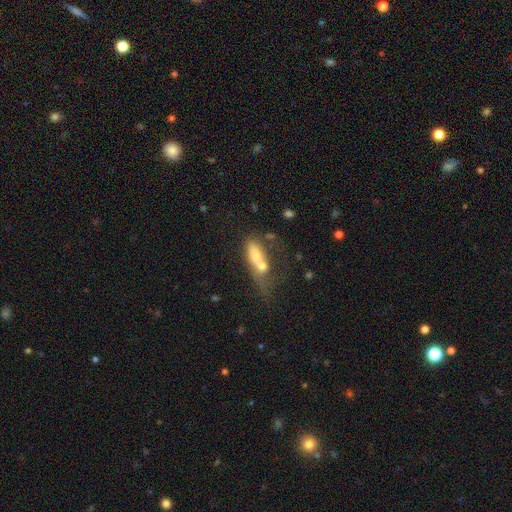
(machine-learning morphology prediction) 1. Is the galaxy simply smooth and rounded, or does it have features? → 59% smooth, 30% featured or disk, 11% star or artifact.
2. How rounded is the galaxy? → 60% in between, 33% cigar-shaped, 7% round.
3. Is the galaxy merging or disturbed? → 48% merger, 20% none, 18% major disturbance, 13% minor disturbance.